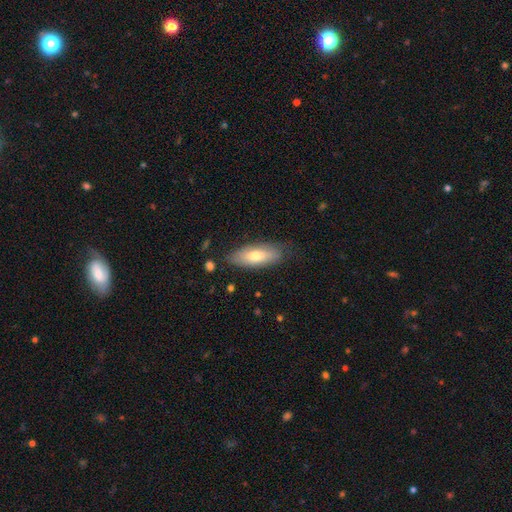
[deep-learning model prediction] A smooth galaxy with no disk features (66%) that is in between round and cigar-shaped (69%). Merging: none (78%).